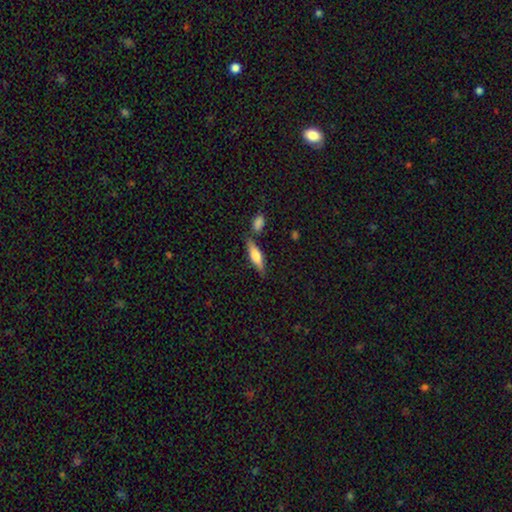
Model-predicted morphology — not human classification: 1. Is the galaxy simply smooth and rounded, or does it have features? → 54% smooth, 40% featured or disk, 6% star or artifact.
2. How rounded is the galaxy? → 57% cigar-shaped, 40% in between, 3% round.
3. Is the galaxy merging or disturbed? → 73% none, 12% minor disturbance, 11% merger, 3% major disturbance.